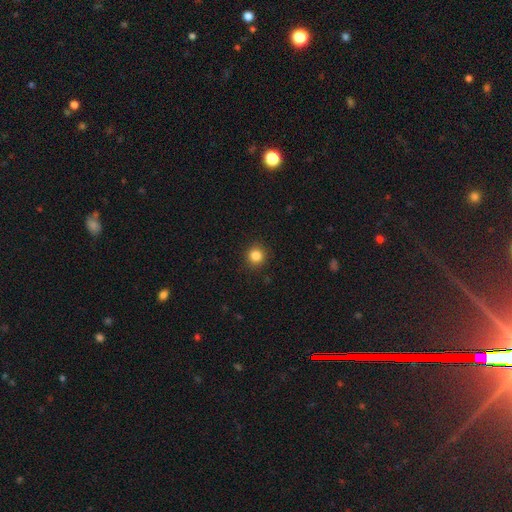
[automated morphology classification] Smooth or featured? Predicted: smooth (p=0.84). How rounded? Predicted: round (p=0.92). Merging? Predicted: none (p=0.91).